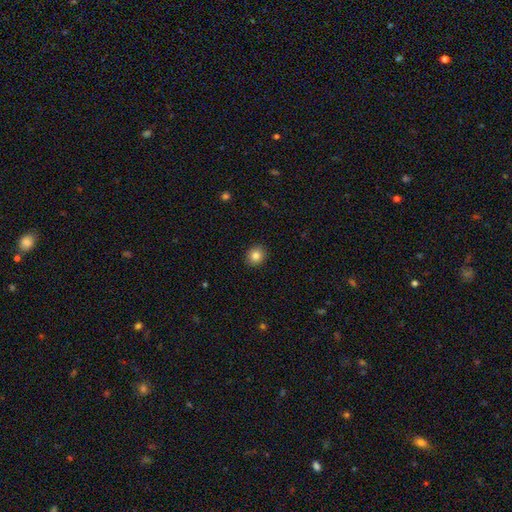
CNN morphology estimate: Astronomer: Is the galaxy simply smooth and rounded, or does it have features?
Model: smooth — 83%.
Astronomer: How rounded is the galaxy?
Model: round — 75%.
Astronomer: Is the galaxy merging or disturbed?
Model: none — 91%.